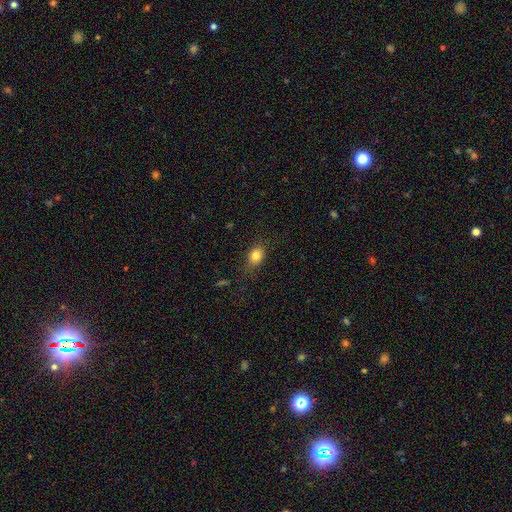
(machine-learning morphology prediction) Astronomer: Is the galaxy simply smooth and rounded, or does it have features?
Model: smooth — 81%.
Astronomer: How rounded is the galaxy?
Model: in between — 58% (runner-up: round, 40%).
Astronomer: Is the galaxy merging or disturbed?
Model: none — 77%.